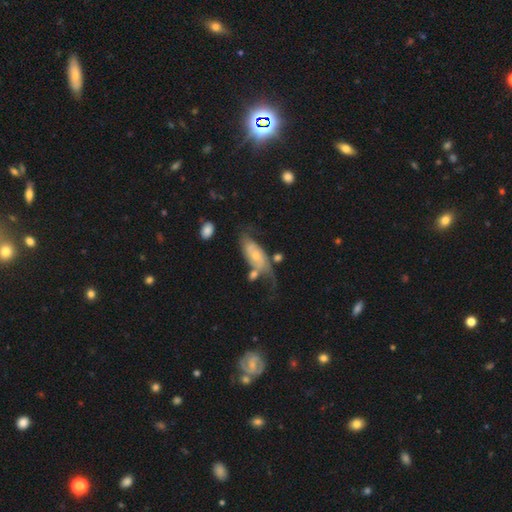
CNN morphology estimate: type=featured or disk (66%); edge-on=no (90%); bar=no (69%); spiral arms=yes (83%); bulge=small (49%); merging=none (36%).